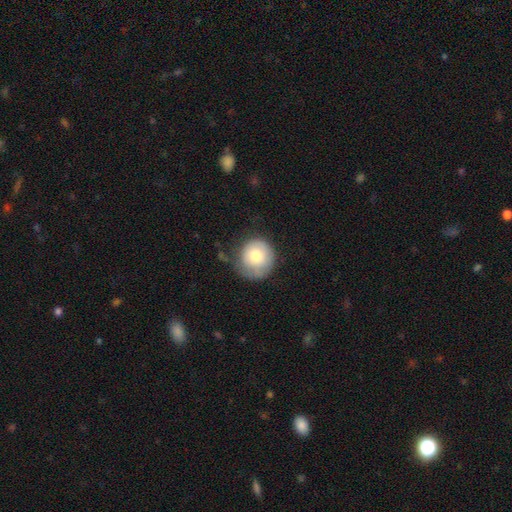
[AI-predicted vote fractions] A smooth galaxy with no disk features (73%) that is round (89%).

Vote fractions:
- Smooth or featured? smooth: 73% / featured or disk: 20% / star or artifact: 7%
- How rounded? round: 89% / in between: 10% / cigar-shaped: 1%
- Merging? none: 54% / minor disturbance: 30% / major disturbance: 13% / merger: 3%